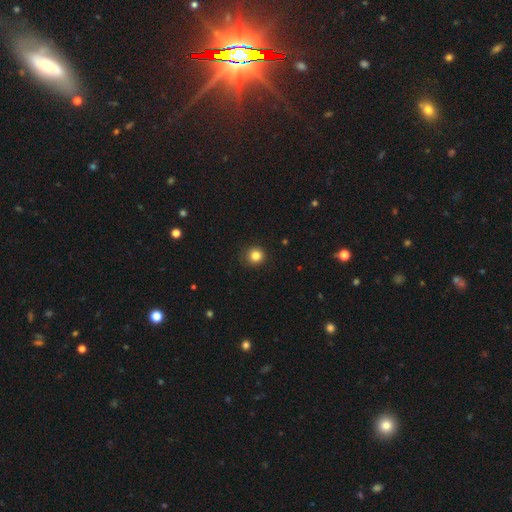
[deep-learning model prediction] smooth-or-featured: smooth: 83% | star or artifact: 12% | featured or disk: 5%
  how-rounded: round: 94% | in between: 5% | cigar-shaped: 1%
  merging: none: 92% | minor disturbance: 6% | major disturbance: 2% | merger: 1%